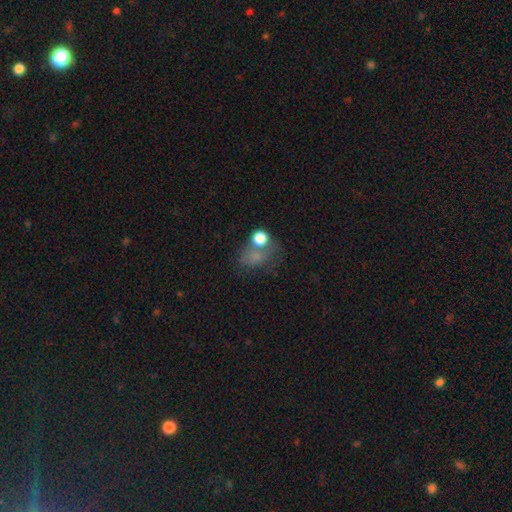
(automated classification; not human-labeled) Smooth or featured?
  - smooth: 60% *
  - star or artifact: 21%
  - featured or disk: 20%
How rounded?
  - in between: 54% *
  - round: 45%
  - cigar-shaped: 2%
Merging?
  - none: 37% *
  - major disturbance: 23%
  - merger: 22%
  - minor disturbance: 19%